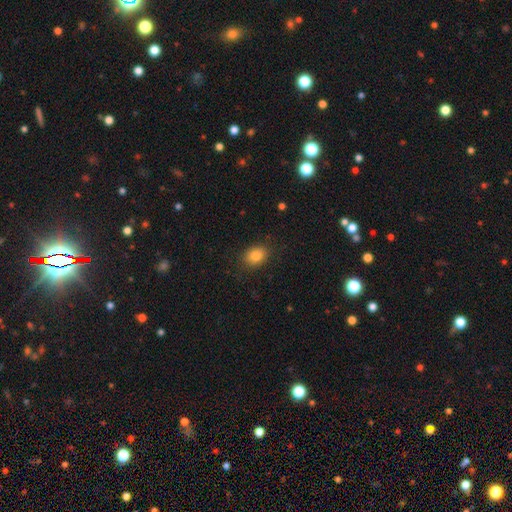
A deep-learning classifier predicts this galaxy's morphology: smooth_or_featured: smooth (p=0.84) [alt: star or artifact p=0.09]
how_rounded: in between (p=0.67) [alt: round p=0.32]
merging: none (p=0.84) [alt: minor disturbance p=0.12]